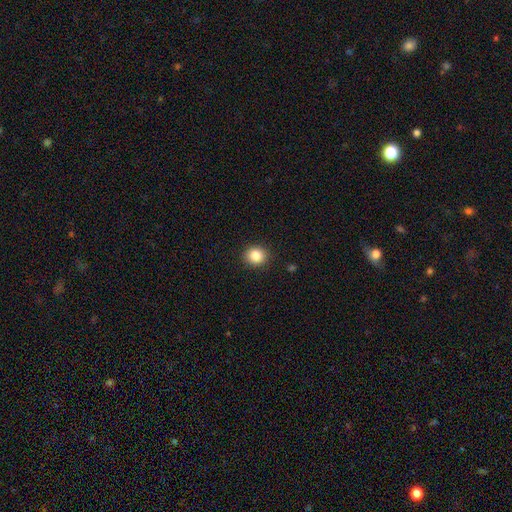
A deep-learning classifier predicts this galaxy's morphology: Smooth or featured: smooth — 85% (star or artifact — 10%)
How rounded: round — 81% (in between — 18%)
Merging: none — 91% (minor disturbance — 6%)